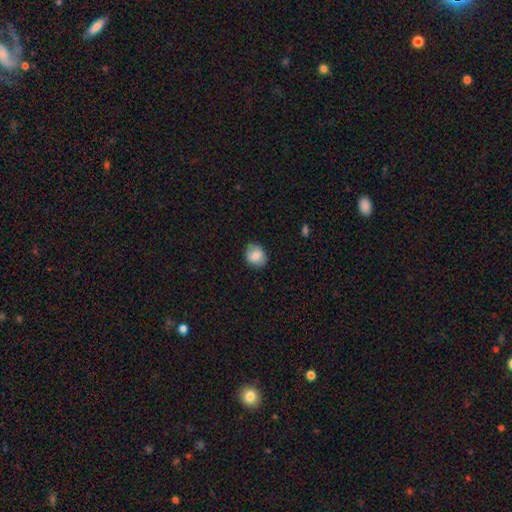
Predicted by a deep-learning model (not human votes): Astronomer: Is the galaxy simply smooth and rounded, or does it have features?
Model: smooth — 82%.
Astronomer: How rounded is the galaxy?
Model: round — 66%.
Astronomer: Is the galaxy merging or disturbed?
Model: none — 86%.